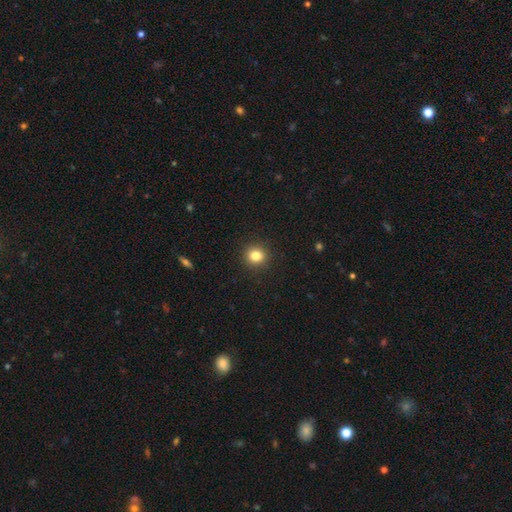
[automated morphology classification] type=smooth (84%); roundness=round (88%); merging=none (92%).